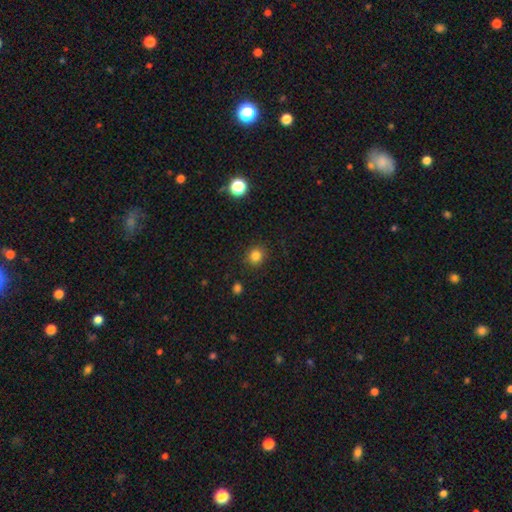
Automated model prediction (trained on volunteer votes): Q: Smooth or featured?
A: smooth (83%); runner-up: star or artifact (13%)
Q: How rounded?
A: round (86%); runner-up: in between (13%)
Q: Merging?
A: none (88%); runner-up: minor disturbance (8%)